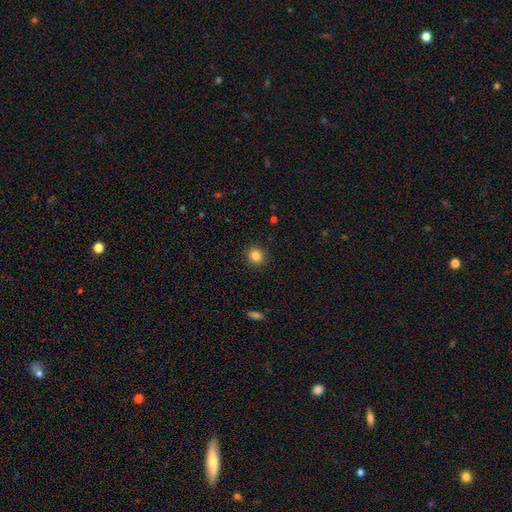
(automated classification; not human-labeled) Q: Smooth or featured?
A: smooth (84%); runner-up: star or artifact (11%)
Q: How rounded?
A: round (88%); runner-up: in between (11%)
Q: Merging?
A: none (91%); runner-up: minor disturbance (6%)